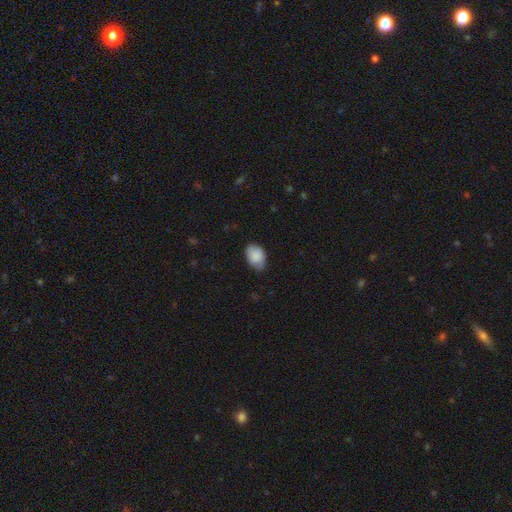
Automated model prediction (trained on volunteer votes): This is clearly a smooth galaxy (84%). How rounded: clearly in between (84%). Merging: likely none (66%).